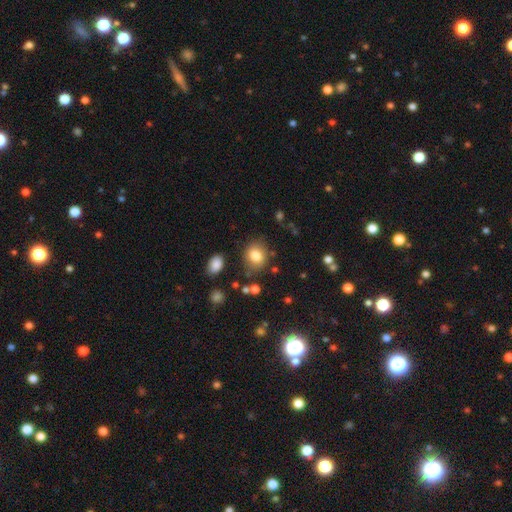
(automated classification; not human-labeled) Q: Smooth or featured?
A: smooth (81%); runner-up: star or artifact (10%)
Q: How rounded?
A: round (57%); runner-up: in between (42%)
Q: Merging?
A: none (79%); runner-up: minor disturbance (13%)